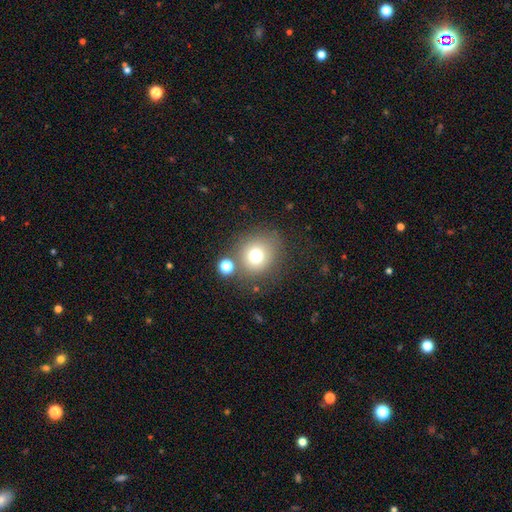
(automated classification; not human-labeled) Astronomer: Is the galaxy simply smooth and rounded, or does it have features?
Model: smooth — 72%.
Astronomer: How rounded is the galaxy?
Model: round — 86%.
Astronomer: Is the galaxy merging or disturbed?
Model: none — 73%.